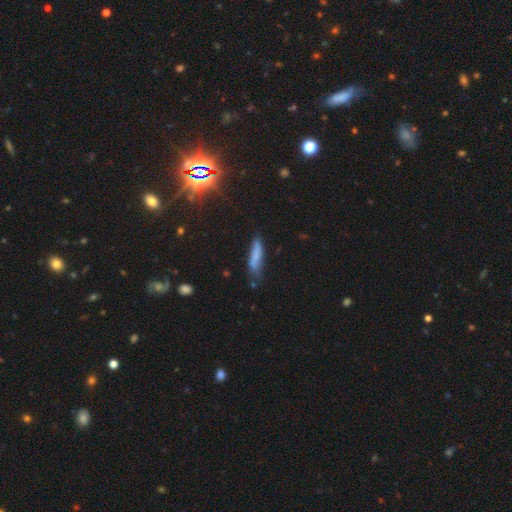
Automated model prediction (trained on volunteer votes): A smooth galaxy with no disk features (72%) that is cigar-shaped (79%).

Vote fractions:
- Smooth or featured? smooth: 72% / featured or disk: 18% / star or artifact: 9%
- How rounded? cigar-shaped: 79% / in between: 19% / round: 2%
- Merging? none: 59% / minor disturbance: 29% / major disturbance: 8% / merger: 4%